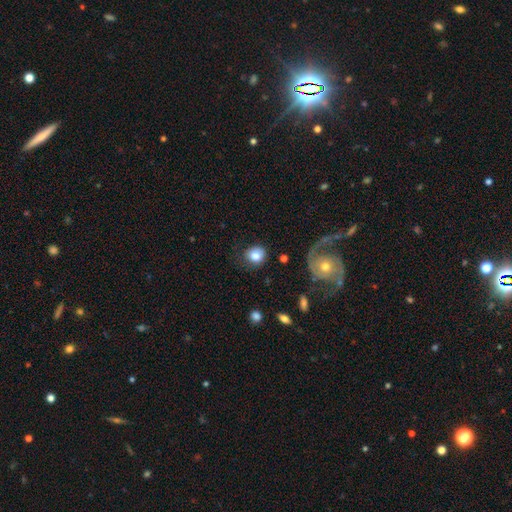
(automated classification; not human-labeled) smooth 81%, featured or disk 11%, star or artifact 8%. Down the decision tree: how rounded — round (79%); merging — none (75%).